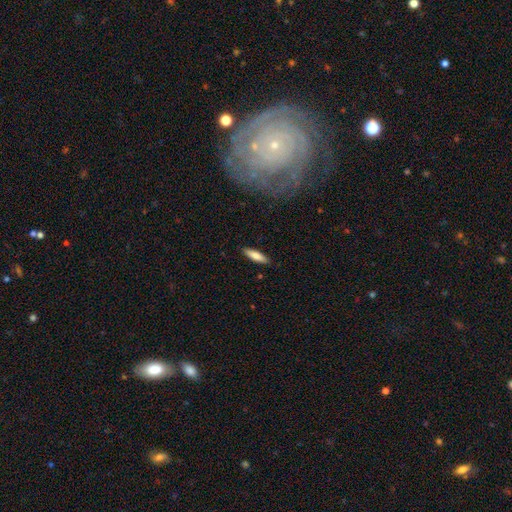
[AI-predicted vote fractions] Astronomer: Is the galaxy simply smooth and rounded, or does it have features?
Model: smooth — 76%.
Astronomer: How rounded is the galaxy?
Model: cigar-shaped — 65%.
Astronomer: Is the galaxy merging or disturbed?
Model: none — 89%.